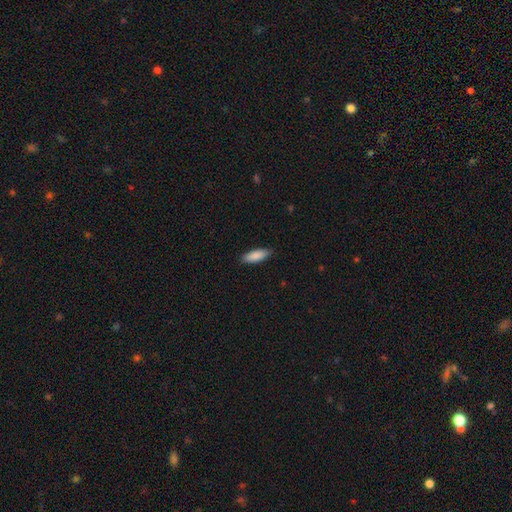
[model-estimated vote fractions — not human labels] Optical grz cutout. It shows a smooth galaxy with no disk features (88%) that is in between round and cigar-shaped (58%). Merging: none (86%).